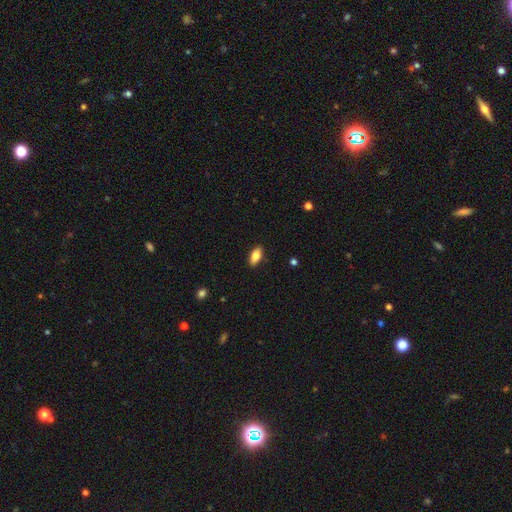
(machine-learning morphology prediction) The model was most divided on "smooth or featured": smooth: 77%, featured or disk: 16%, star or artifact: 7%. More confident: merging — none (88%); how rounded — in between (87%).